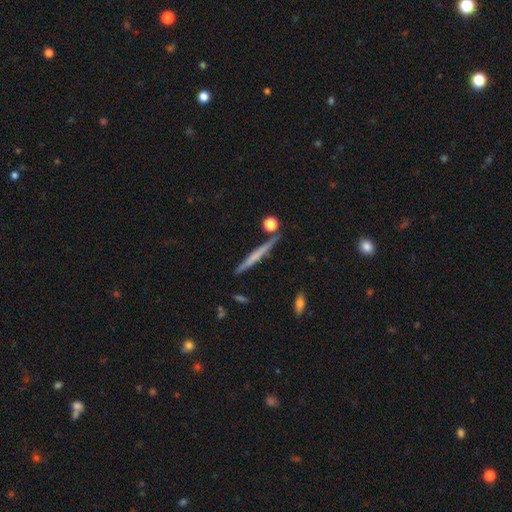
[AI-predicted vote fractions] This appears to be a featured or disk galaxy (48%). Merging: none (84%).